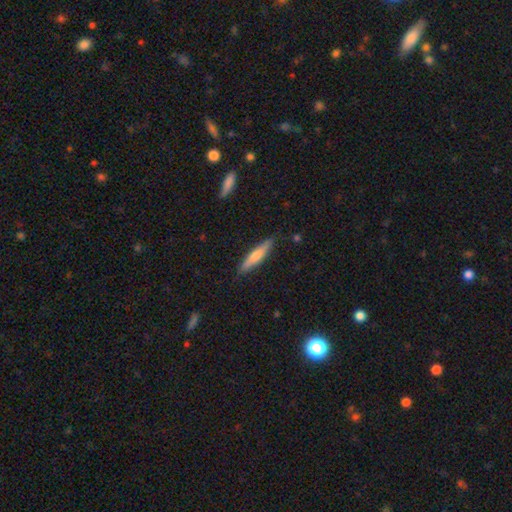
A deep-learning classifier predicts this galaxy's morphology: type=smooth (57%); roundness=cigar-shaped (87%); merging=none (87%).